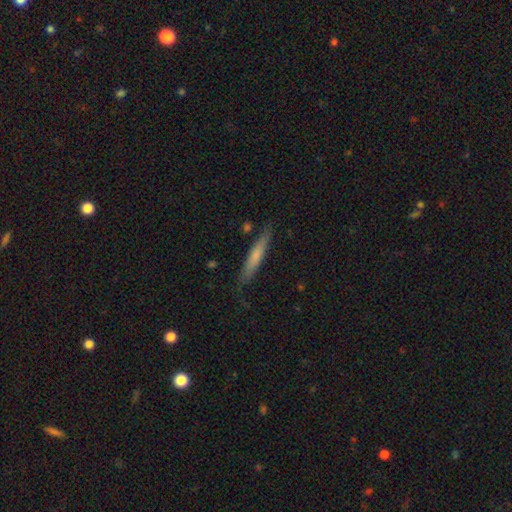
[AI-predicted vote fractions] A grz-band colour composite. It shows a smooth galaxy with no disk features (63%) that is cigar-shaped (93%). Merging: none (82%).